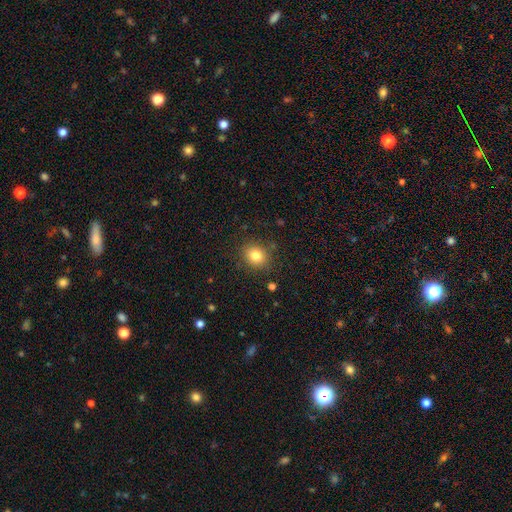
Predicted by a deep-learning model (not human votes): Overall: smooth (81%). How rounded: round (68%; in between 31%). Merging: none (86%).